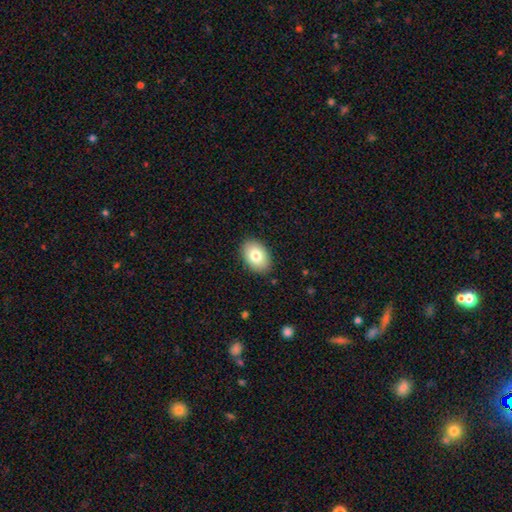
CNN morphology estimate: smooth-or-featured: smooth: 81% | featured or disk: 12% | star or artifact: 7%
  how-rounded: in between: 86% | round: 13% | cigar-shaped: 1%
  merging: none: 88% | minor disturbance: 9% | major disturbance: 2% | merger: 1%